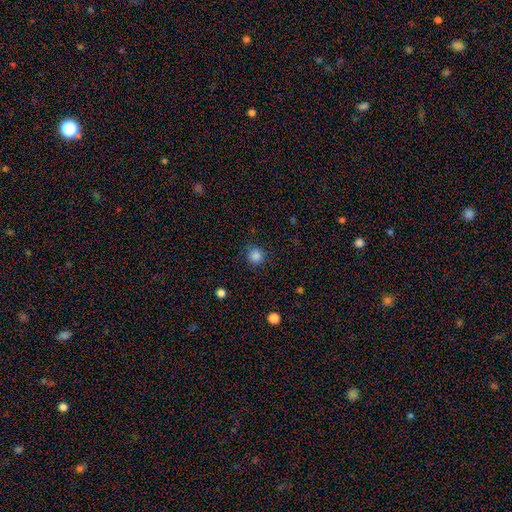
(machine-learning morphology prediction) Smooth or featured? smooth (85%)
How rounded? round (93%)
Merging? none (88%)